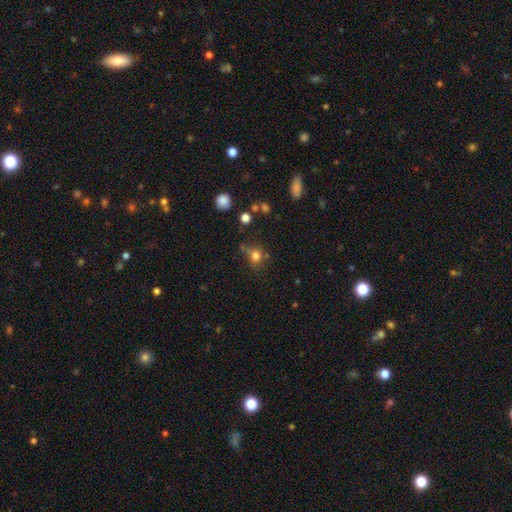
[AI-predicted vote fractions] A smooth galaxy with no disk features (75%) that is round (78%). Merging: none (60%).